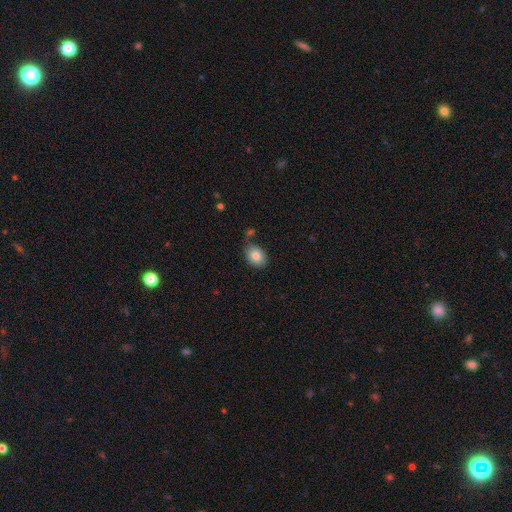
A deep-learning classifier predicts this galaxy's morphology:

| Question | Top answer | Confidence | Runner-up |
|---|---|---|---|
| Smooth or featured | smooth | 82% | featured or disk (10%) |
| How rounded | in between | 66% | round (33%) |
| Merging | none | 72% | minor disturbance (17%) |